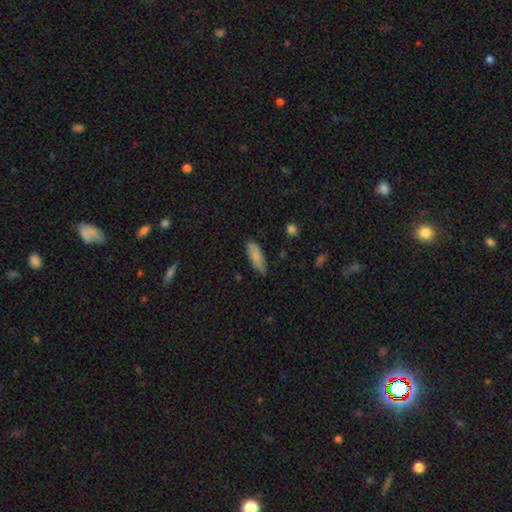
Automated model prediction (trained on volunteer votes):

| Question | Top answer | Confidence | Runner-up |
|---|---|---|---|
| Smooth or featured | smooth | 81% | featured or disk (13%) |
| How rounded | in between | 62% | cigar-shaped (36%) |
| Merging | none | 80% | minor disturbance (16%) |